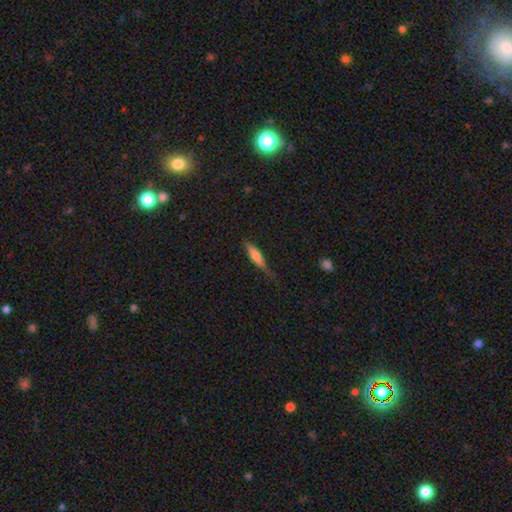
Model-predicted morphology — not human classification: Smooth or featured? Predicted: smooth (p=0.62). How rounded? Predicted: cigar-shaped (p=0.72). Merging? Predicted: none (p=0.58).